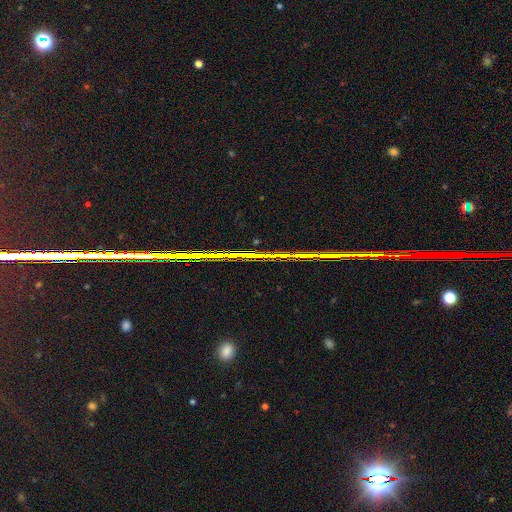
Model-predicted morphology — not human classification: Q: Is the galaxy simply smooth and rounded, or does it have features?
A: star or artifact — 84%.